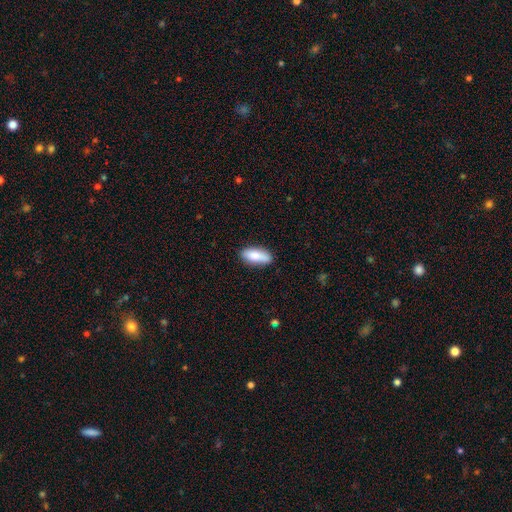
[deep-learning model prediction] This is clearly a smooth galaxy (84%). How rounded: likely in between (78%). Merging: clearly none (82%).